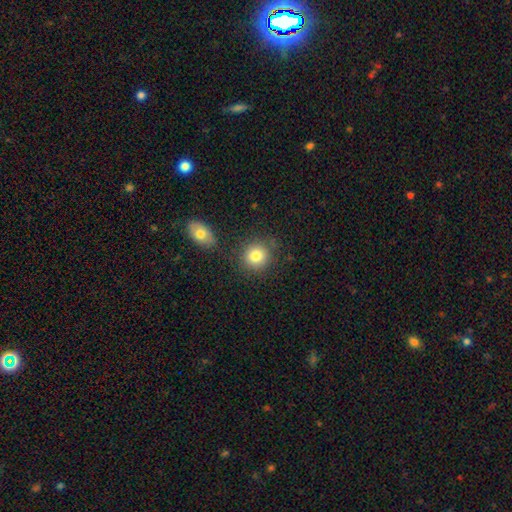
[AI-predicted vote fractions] Smooth or featured? Predicted: smooth (p=0.83). How rounded? Predicted: round (p=0.85). Merging? Predicted: none (p=0.78).